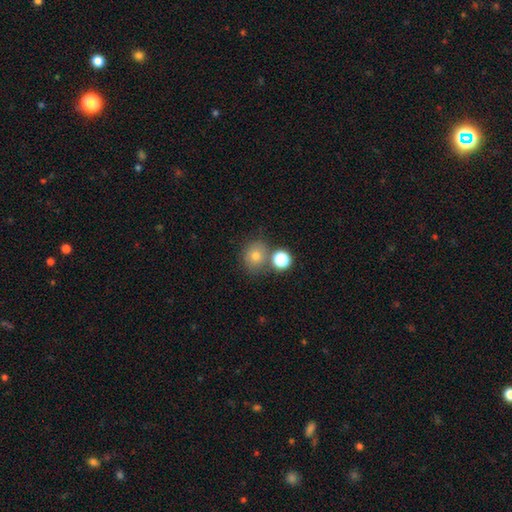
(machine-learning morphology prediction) type=smooth (72%); roundness=round (80%); merging=none (67%).